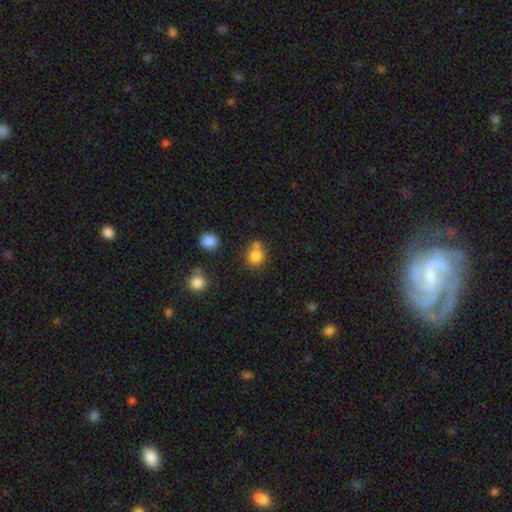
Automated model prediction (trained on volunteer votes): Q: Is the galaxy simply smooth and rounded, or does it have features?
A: smooth — 80%.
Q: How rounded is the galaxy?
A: round — 74%.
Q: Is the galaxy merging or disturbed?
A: none — 56%.